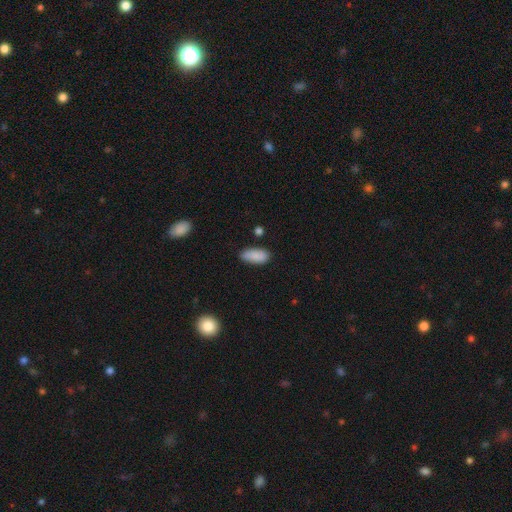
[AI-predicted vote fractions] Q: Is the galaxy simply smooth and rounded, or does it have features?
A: smooth — 87%.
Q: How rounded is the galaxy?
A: in between — 87%.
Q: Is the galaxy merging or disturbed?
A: none — 76%.